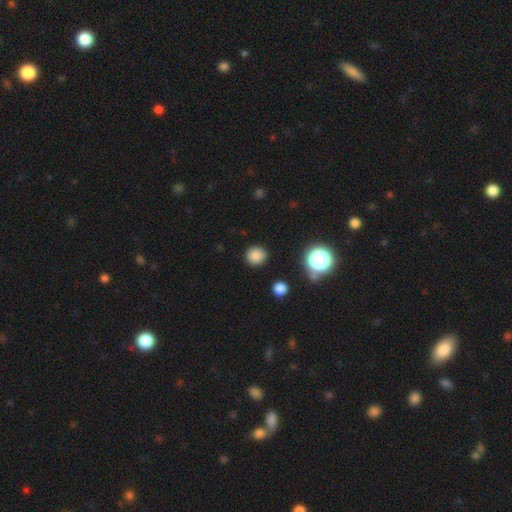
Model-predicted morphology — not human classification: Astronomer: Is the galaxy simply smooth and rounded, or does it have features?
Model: smooth — 82%.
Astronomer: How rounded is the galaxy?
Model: round — 88%.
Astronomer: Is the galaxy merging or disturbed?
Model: none — 89%.